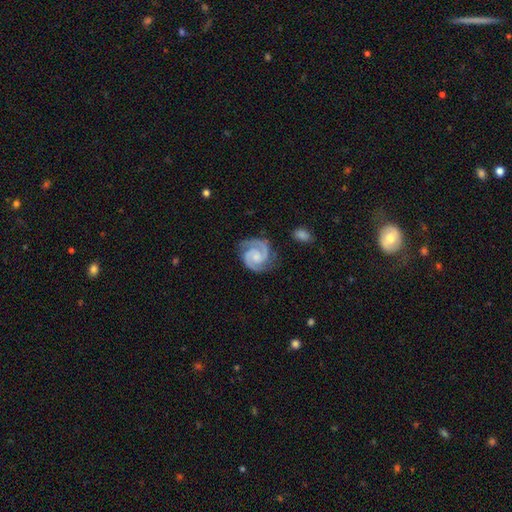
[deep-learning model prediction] smooth_or_featured: featured or disk (p=0.92) [alt: smooth p=0.04]
disk_edge_on: no (p=0.98) [alt: yes p=0.02]
bar: no (p=0.56) [alt: weak p=0.35]
has_spiral_arms: yes (p=0.99) [alt: no p=0.01]
spiral_winding: tight (p=0.55) [alt: medium p=0.40]
spiral_arm_count: 2 (p=0.93) [alt: 3 p=0.02]
bulge_size: small (p=0.43) [alt: none p=0.28]
merging: none (p=0.79) [alt: minor disturbance p=0.14]